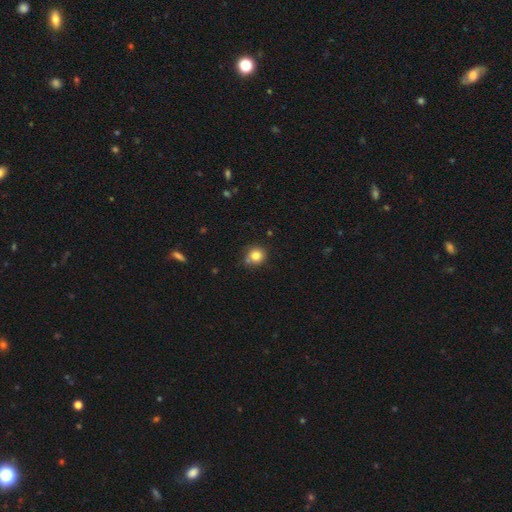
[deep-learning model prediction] Smooth or featured? Predicted: smooth (p=0.82). How rounded? Predicted: round (p=0.88). Merging? Predicted: none (p=0.75).